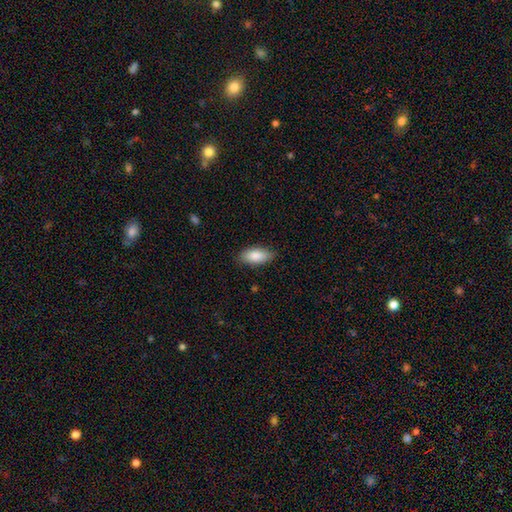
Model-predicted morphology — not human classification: A smooth galaxy with no disk features (87%) that is in between round and cigar-shaped (88%). Merging: none (85%).